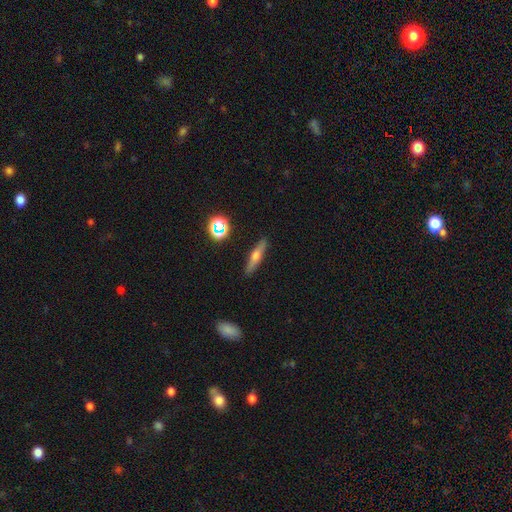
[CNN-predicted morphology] smooth-or-featured: smooth: 47% | featured or disk: 43% | star or artifact: 10%
  merging: none: 89% | minor disturbance: 8% | major disturbance: 2% | merger: 2%